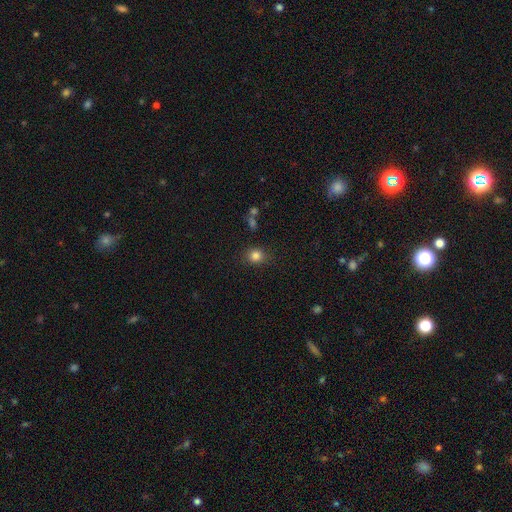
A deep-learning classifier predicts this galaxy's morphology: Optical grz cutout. It shows a smooth galaxy with no disk features (83%) that is round (79%). Merging: none (83%).